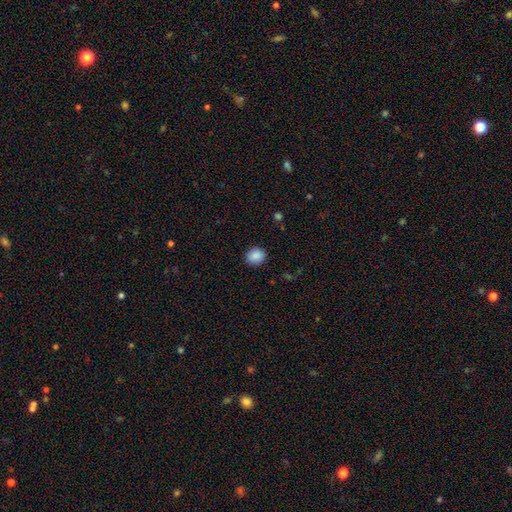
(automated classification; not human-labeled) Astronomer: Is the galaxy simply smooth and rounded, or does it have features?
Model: smooth — 88%.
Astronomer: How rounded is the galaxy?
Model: round — 75%.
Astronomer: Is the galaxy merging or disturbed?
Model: none — 88%.